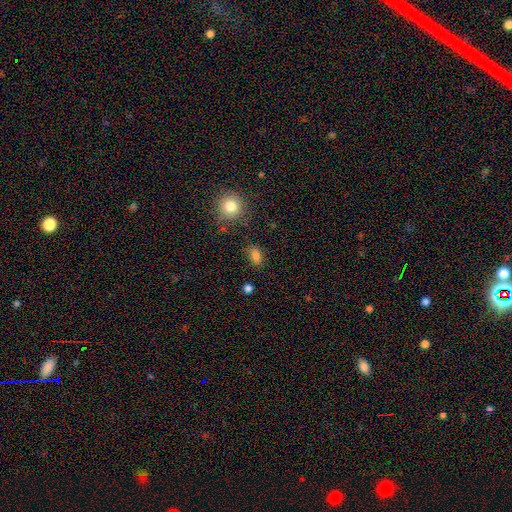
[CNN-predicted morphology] smooth_or_featured: smooth (p=0.82) [alt: star or artifact p=0.12]
how_rounded: in between (p=0.82) [alt: round p=0.15]
merging: none (p=0.78) [alt: minor disturbance p=0.15]